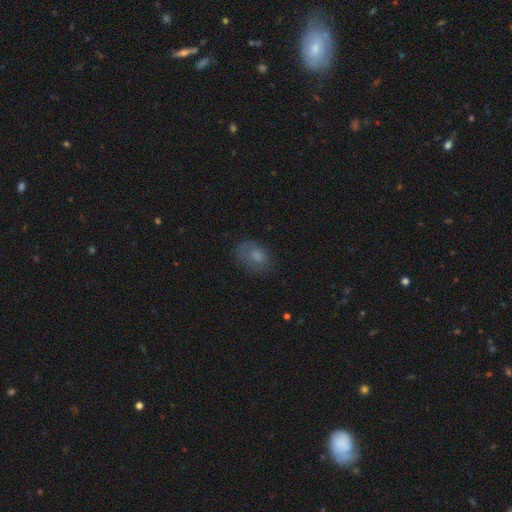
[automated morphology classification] Overall: smooth (69%). How rounded: in between (74%). Merging: none (61%; minor disturbance 24%).